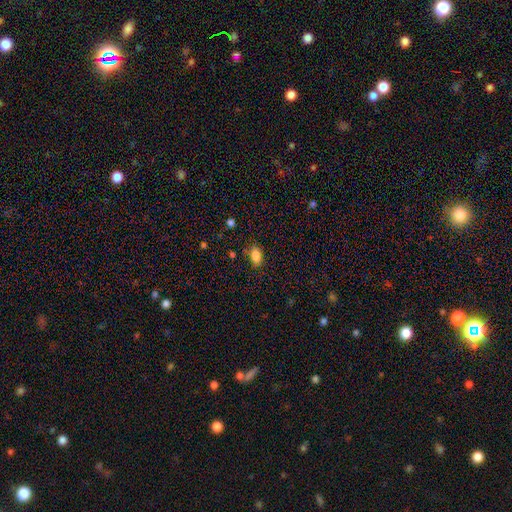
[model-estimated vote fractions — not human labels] The model was most divided on "merging": none: 77%, minor disturbance: 16%, major disturbance: 4%, merger: 3%. More confident: how rounded — in between (86%); smooth or featured — smooth (85%).